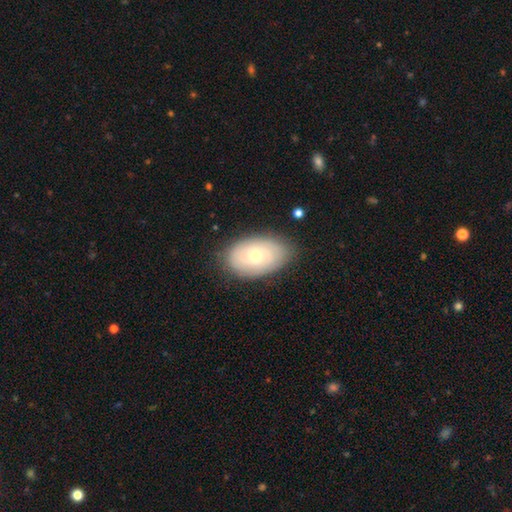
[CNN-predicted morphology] This appears to be a featured or disk galaxy (52%). Merging: none (79%).